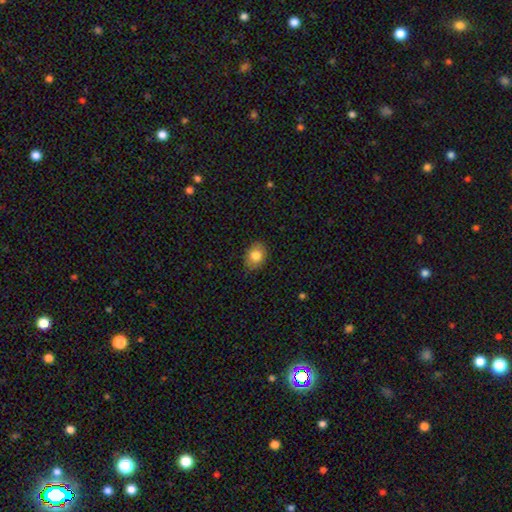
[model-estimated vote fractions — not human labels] Smooth or featured: smooth — 81% (featured or disk — 10%)
How rounded: in between — 68% (round — 31%)
Merging: none — 85% (minor disturbance — 11%)